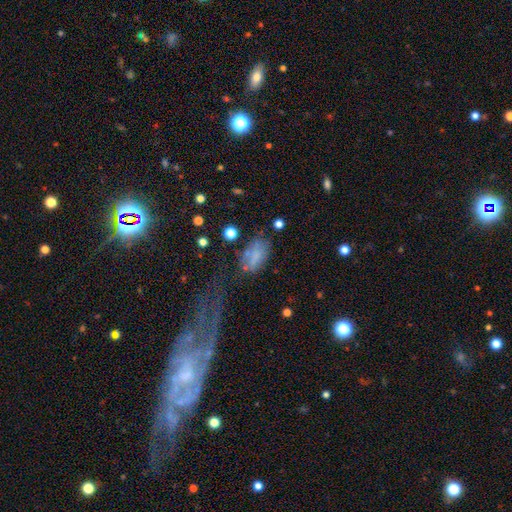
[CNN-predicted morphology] A smooth galaxy with no disk features (63%) that is in between round and cigar-shaped (90%). Merging: none (46%).